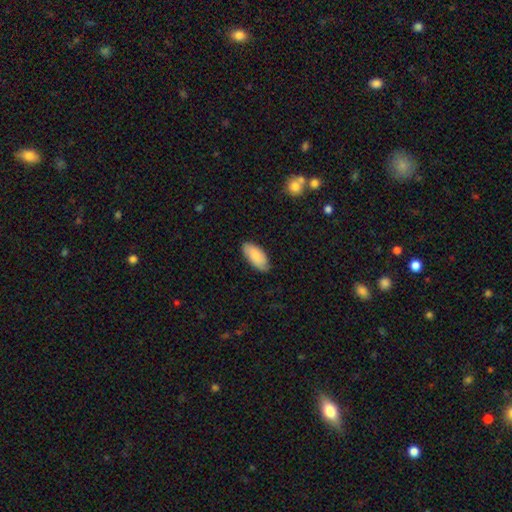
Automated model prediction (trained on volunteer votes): smooth 82%, featured or disk 12%, star or artifact 6%. Down the decision tree: how rounded — in between (91%); merging — none (83%).